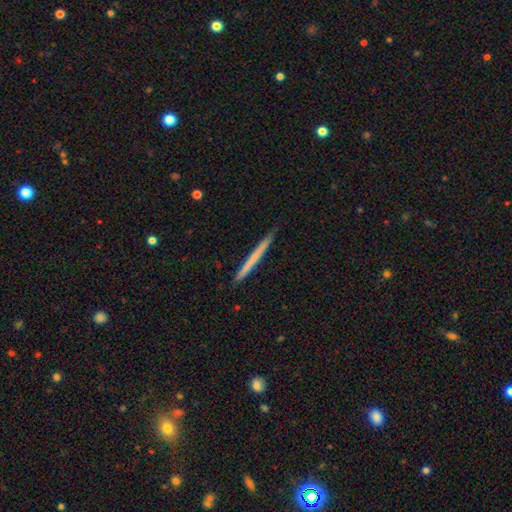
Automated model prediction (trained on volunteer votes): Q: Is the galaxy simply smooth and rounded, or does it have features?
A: smooth — 55%.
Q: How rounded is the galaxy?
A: cigar-shaped — 97%.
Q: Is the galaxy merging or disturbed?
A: none — 90%.